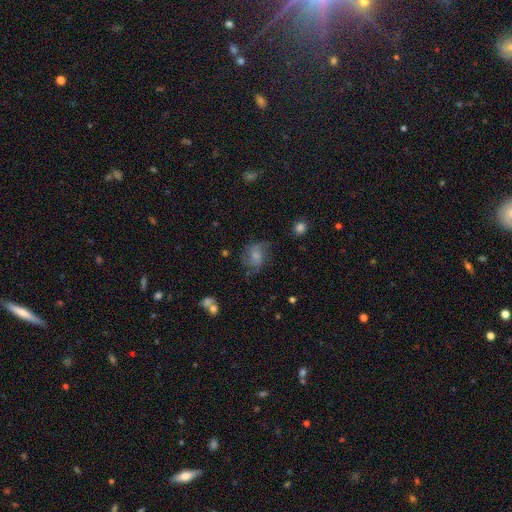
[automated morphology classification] The model was most divided on "how rounded": round: 55%, in between: 43%, cigar-shaped: 1%. More confident: merging — none (54%); smooth or featured — smooth (51%).